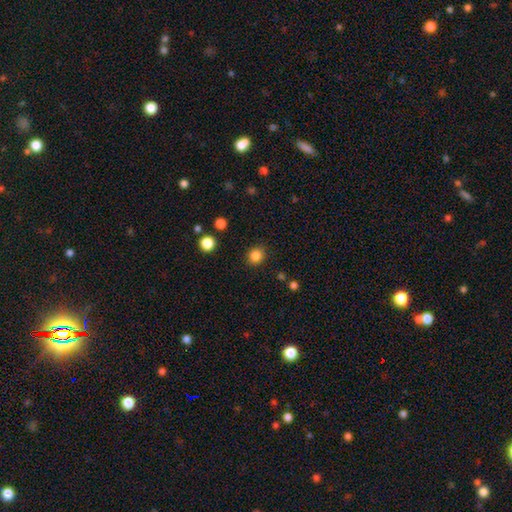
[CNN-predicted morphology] This appears to be a smooth galaxy with no disk features (84%) that is round (80%). Merging: none (90%).